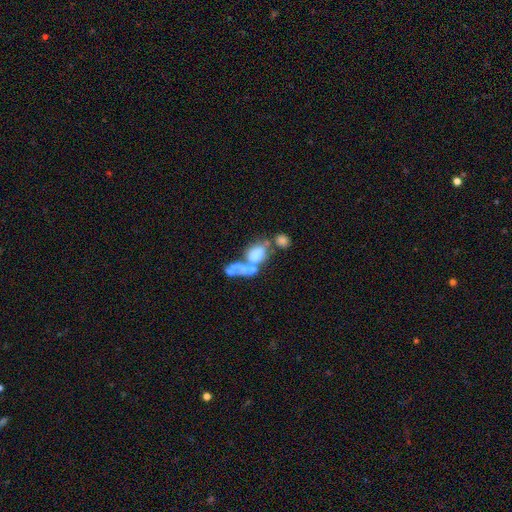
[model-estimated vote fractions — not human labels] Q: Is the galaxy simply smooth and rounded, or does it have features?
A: smooth — 46%.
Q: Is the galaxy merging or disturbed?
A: merger — 58%.